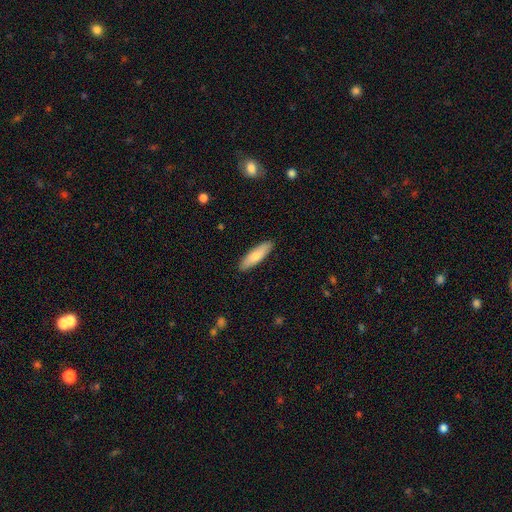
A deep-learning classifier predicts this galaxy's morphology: Smooth or featured? smooth (76%)
How rounded? cigar-shaped (61%)
Merging? none (89%)